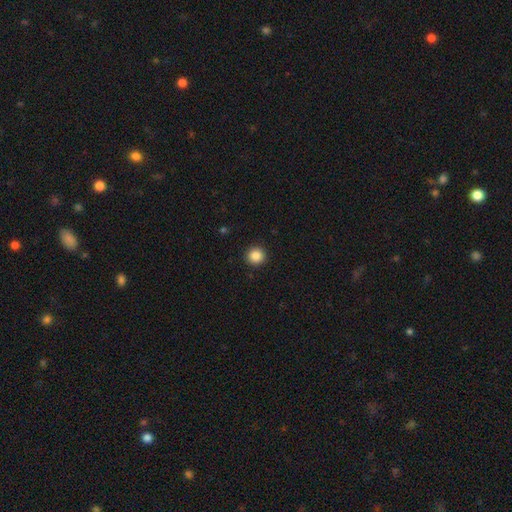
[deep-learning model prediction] A smooth galaxy with no disk features (86%) that is round (94%). Merging: none (93%).